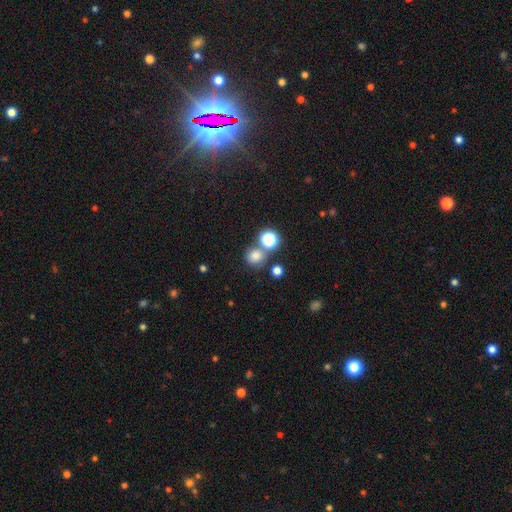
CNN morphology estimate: This is likely a smooth galaxy (75%). How rounded: clearly round (85%). Merging: likely none (64%).